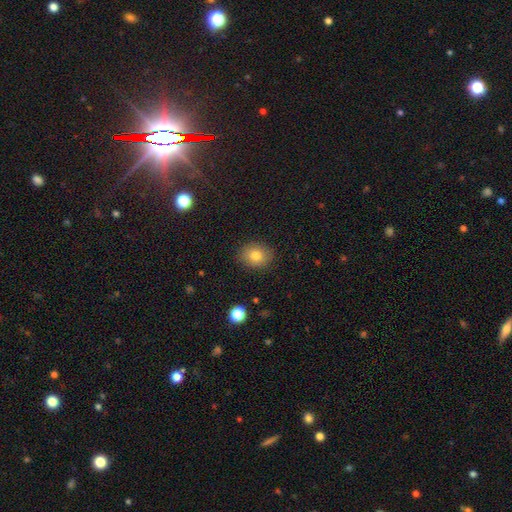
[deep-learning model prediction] smooth_or_featured: smooth (p=0.79) [alt: star or artifact p=0.10]
how_rounded: round (p=0.58) [alt: in between p=0.41]
merging: none (p=0.87) [alt: minor disturbance p=0.10]